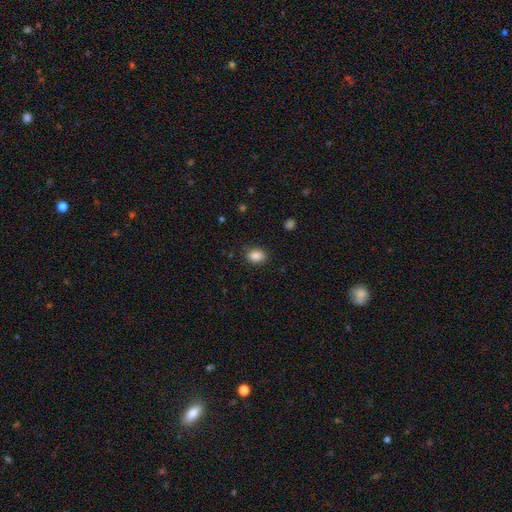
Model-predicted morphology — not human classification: Smooth or featured?
  - smooth: 87% *
  - star or artifact: 9%
  - featured or disk: 4%
How rounded?
  - in between: 73% *
  - round: 26%
  - cigar-shaped: 1%
Merging?
  - none: 85% *
  - minor disturbance: 11%
  - major disturbance: 3%
  - merger: 1%